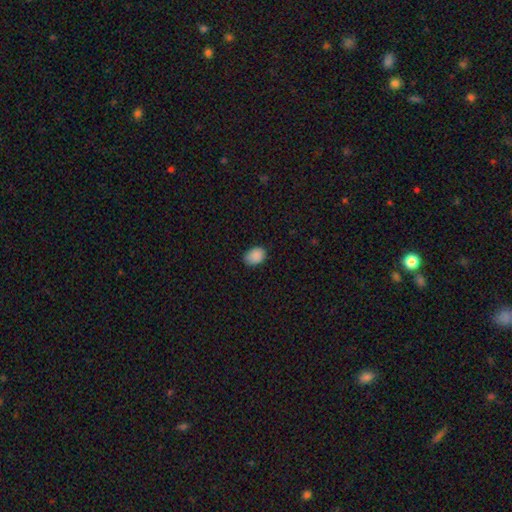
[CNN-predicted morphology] This is clearly a smooth galaxy (88%). How rounded: likely in between (74%). Merging: likely none (77%).